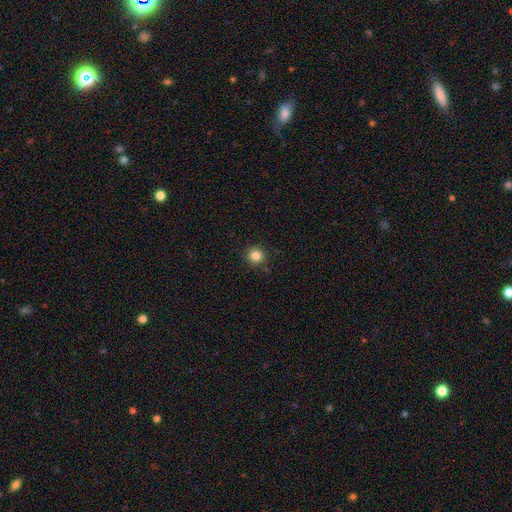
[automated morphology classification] The model was most divided on "smooth or featured": smooth: 83%, star or artifact: 12%, featured or disk: 5%. More confident: how rounded — round (95%); merging — none (90%).